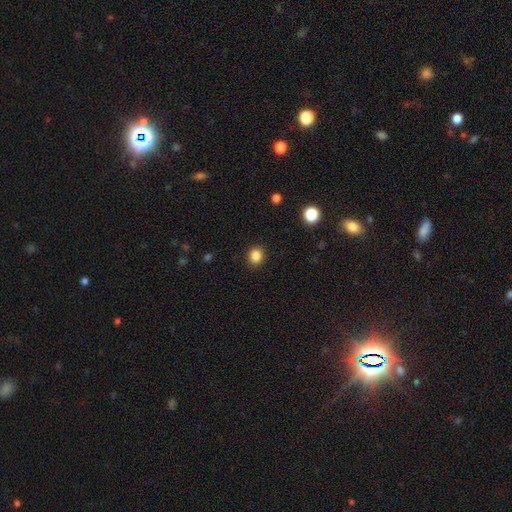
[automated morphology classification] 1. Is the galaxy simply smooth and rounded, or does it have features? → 85% smooth, 11% star or artifact, 4% featured or disk.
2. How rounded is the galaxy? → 83% round, 17% in between, 1% cigar-shaped.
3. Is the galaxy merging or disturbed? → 91% none, 6% minor disturbance, 2% major disturbance, 1% merger.